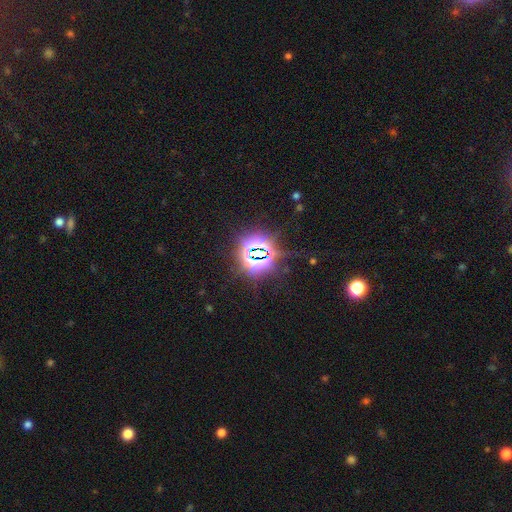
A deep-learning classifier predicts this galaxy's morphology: This is clearly a star or artifact rather than a galaxy (83%).